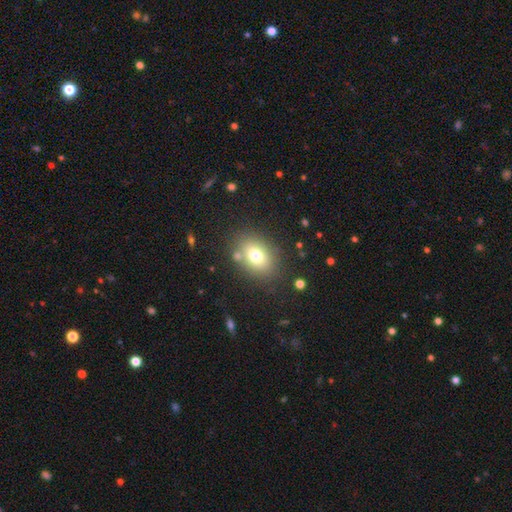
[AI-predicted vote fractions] This appears to be a smooth galaxy with no disk features (74%) that is in between round and cigar-shaped (68%). Merging: none (77%).